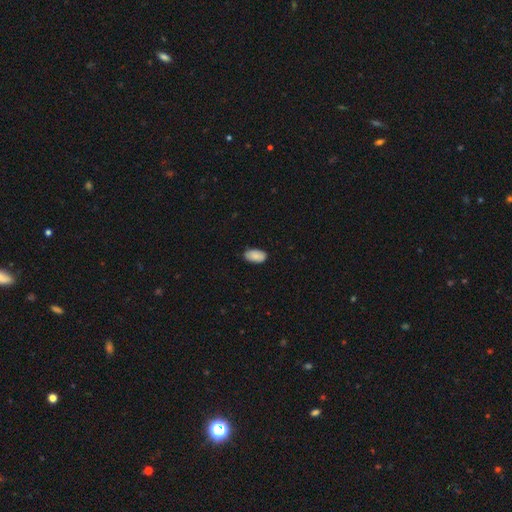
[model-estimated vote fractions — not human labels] smooth_or_featured: smooth (p=0.88) [alt: star or artifact p=0.07]
how_rounded: in between (p=0.95) [alt: round p=0.03]
merging: none (p=0.84) [alt: minor disturbance p=0.13]